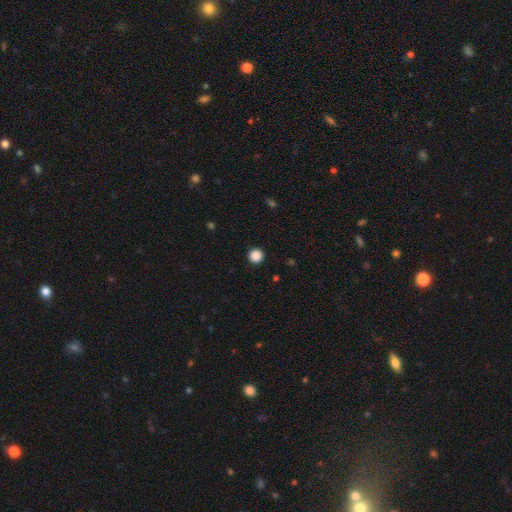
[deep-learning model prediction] Q: Smooth or featured?
A: smooth (88%); runner-up: star or artifact (10%)
Q: How rounded?
A: round (95%); runner-up: in between (4%)
Q: Merging?
A: none (93%); runner-up: minor disturbance (4%)